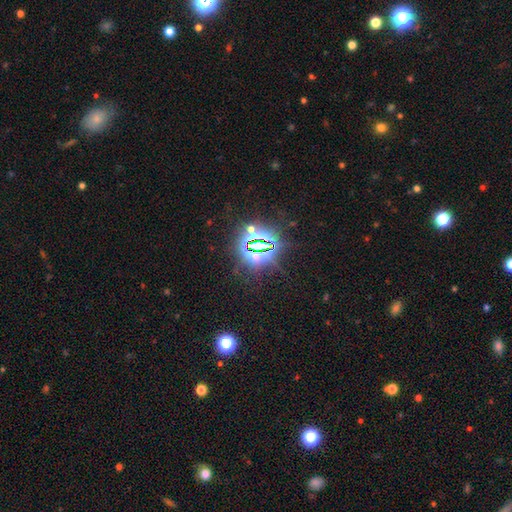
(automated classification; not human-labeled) Smooth or featured?
  - star or artifact: 83% *
  - smooth: 9%
  - featured or disk: 7%